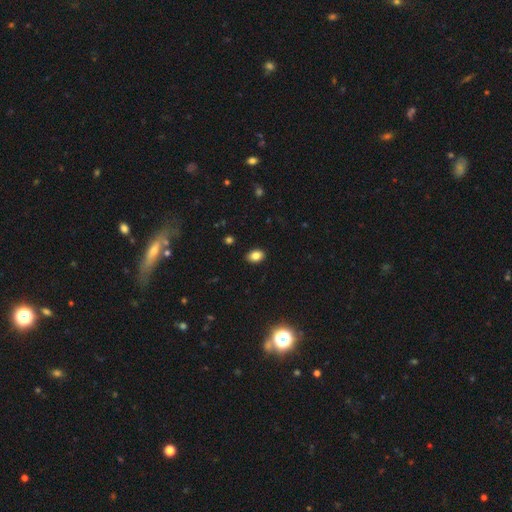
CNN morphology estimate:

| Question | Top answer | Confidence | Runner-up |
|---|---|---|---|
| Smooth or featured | smooth | 85% | star or artifact (10%) |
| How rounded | in between | 78% | round (21%) |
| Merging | none | 89% | minor disturbance (8%) |